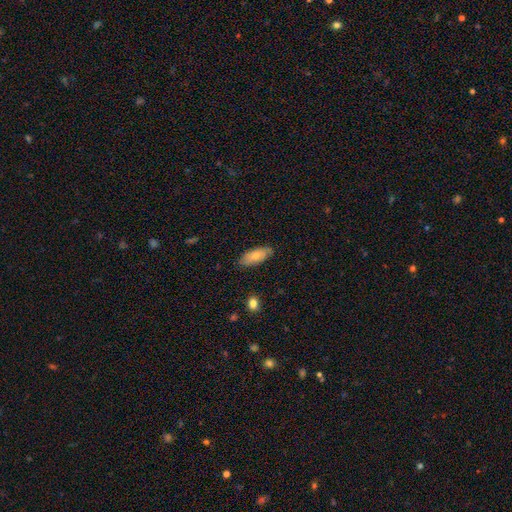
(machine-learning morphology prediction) Smooth or featured?
  - smooth: 70% *
  - featured or disk: 23%
  - star or artifact: 6%
How rounded?
  - in between: 82% *
  - cigar-shaped: 16%
  - round: 2%
Merging?
  - none: 80% *
  - minor disturbance: 16%
  - major disturbance: 3%
  - merger: 1%